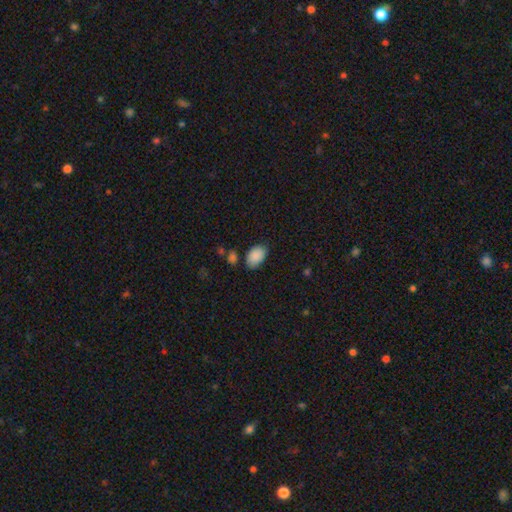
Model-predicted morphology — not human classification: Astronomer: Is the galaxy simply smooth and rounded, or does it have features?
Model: smooth — 89%.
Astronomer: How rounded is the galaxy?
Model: in between — 91%.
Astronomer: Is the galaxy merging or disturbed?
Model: none — 75%.